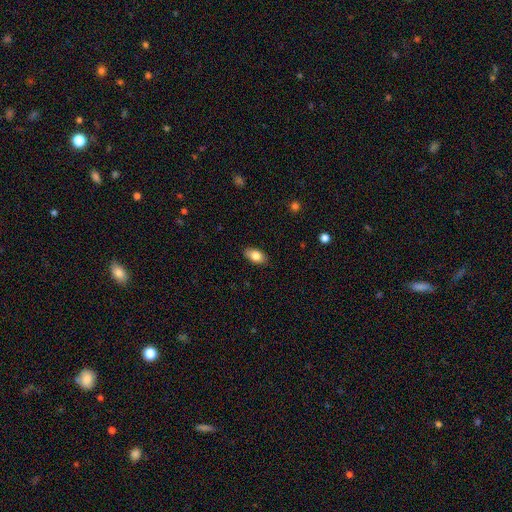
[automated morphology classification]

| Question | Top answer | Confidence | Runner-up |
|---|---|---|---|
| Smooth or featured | smooth | 82% | featured or disk (10%) |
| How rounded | in between | 91% | round (6%) |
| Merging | none | 87% | minor disturbance (10%) |